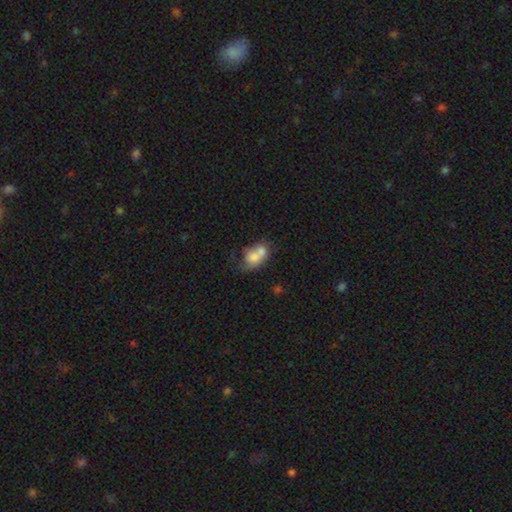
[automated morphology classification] Smooth or featured: smooth — 69% (featured or disk — 22%)
How rounded: in between — 71% (round — 26%)
Merging: merger — 59% (none — 21%)